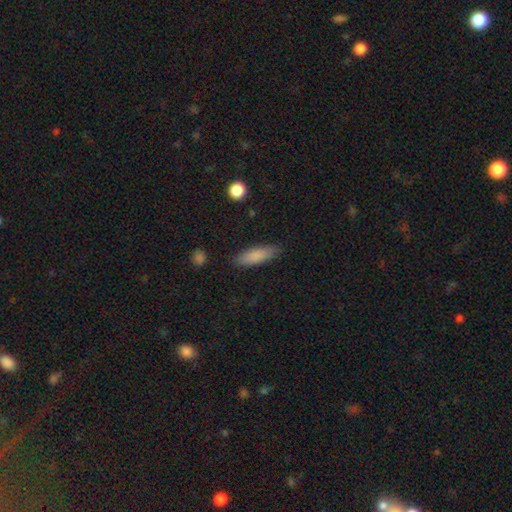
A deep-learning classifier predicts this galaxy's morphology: Smooth or featured? smooth (84%)
How rounded? cigar-shaped (53%)
Merging? none (86%)